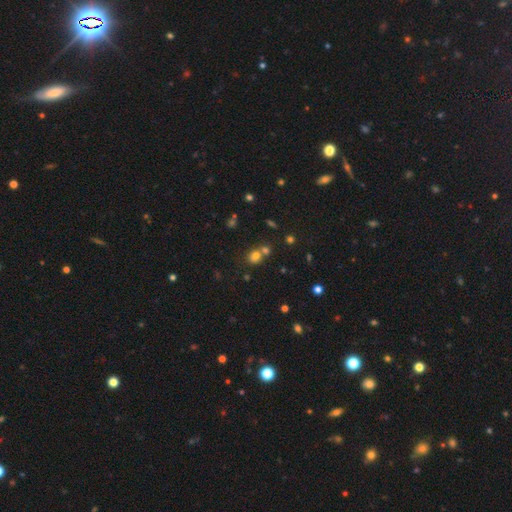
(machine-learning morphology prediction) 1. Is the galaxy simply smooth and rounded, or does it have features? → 69% smooth, 21% star or artifact, 10% featured or disk.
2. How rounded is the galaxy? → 73% round, 26% in between, 1% cigar-shaped.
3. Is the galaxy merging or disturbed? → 53% none, 34% merger, 9% minor disturbance, 4% major disturbance.